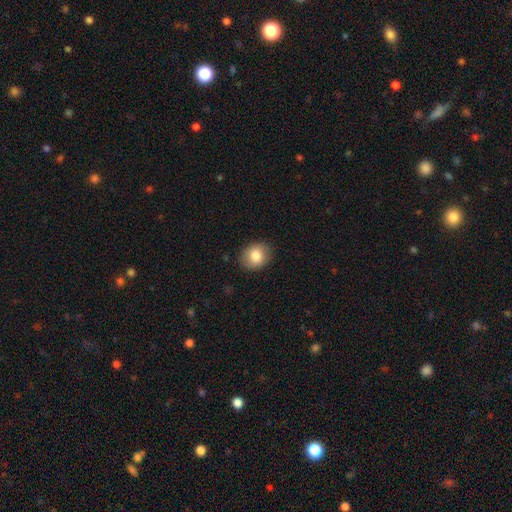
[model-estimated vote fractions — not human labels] Smooth or featured? Predicted: smooth (p=0.83). How rounded? Predicted: round (p=0.56). Merging? Predicted: none (p=0.87).